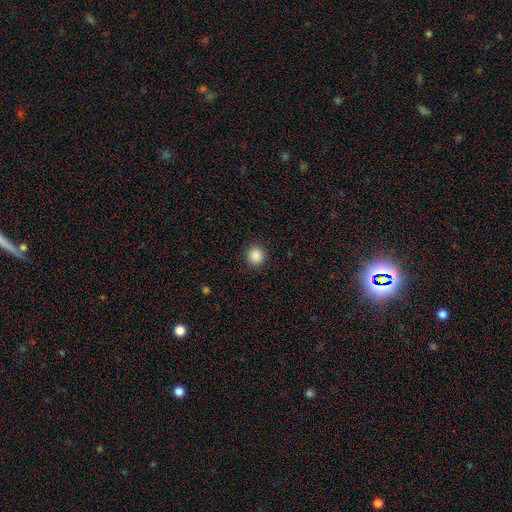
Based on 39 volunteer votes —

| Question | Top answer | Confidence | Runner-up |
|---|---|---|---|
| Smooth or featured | smooth | 87% | star or artifact (8%) |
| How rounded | round | 91% | in between (9%) |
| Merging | none | 94% | minor disturbance (6%) |